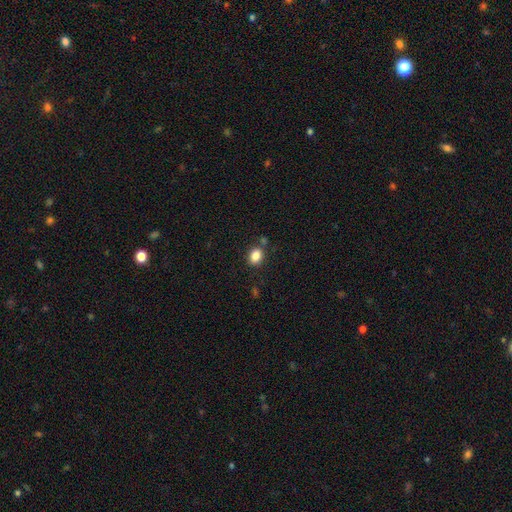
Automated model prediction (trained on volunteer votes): This appears to be a smooth galaxy with no disk features (85%) that is in between round and cigar-shaped (61%). Merging: none (78%).